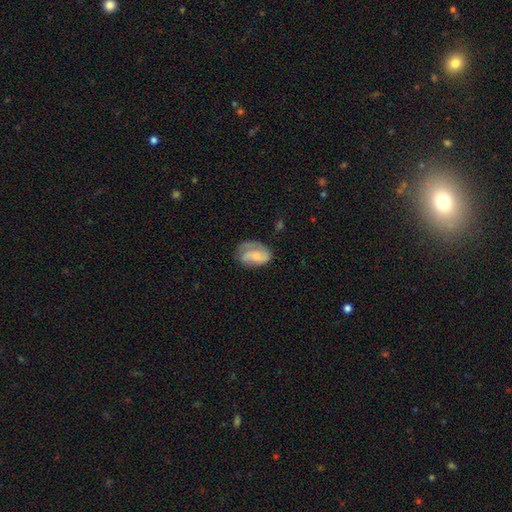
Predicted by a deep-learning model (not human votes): Smooth or featured?
  - featured or disk: 49% *
  - smooth: 44%
  - star or artifact: 7%
Merging?
  - none: 46% *
  - minor disturbance: 29%
  - major disturbance: 23%
  - merger: 2%